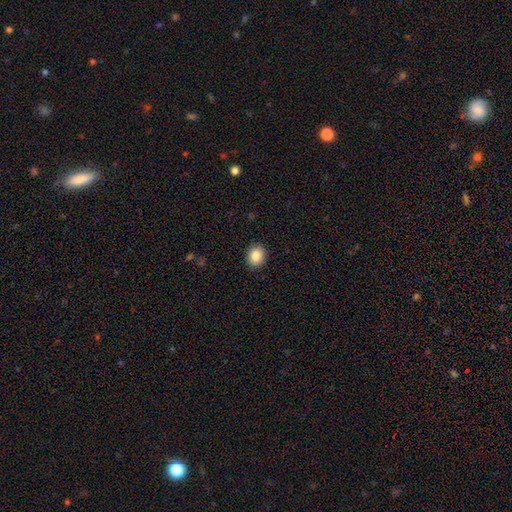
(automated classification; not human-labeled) A smooth galaxy with no disk features (88%) that is round (59%). Merging: none (90%).